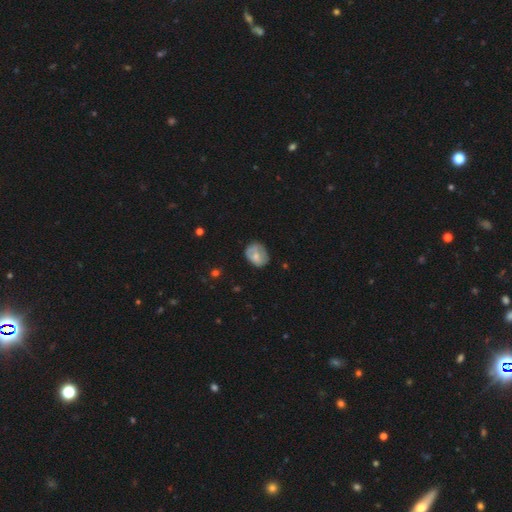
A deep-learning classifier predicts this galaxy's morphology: smooth-or-featured: smooth: 64% | featured or disk: 29% | star or artifact: 8%
  how-rounded: in between: 53% | round: 46% | cigar-shaped: 1%
  merging: none: 57% | minor disturbance: 31% | major disturbance: 10% | merger: 2%